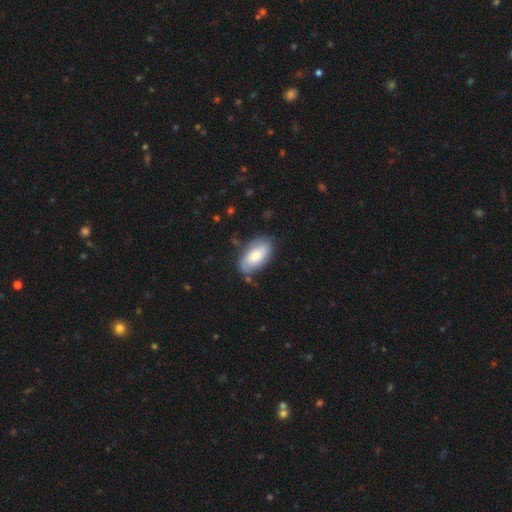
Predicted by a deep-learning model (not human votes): smooth_or_featured: smooth (p=0.66) [alt: featured or disk p=0.28]
how_rounded: in between (p=0.94) [alt: round p=0.03]
merging: none (p=0.70) [alt: minor disturbance p=0.21]